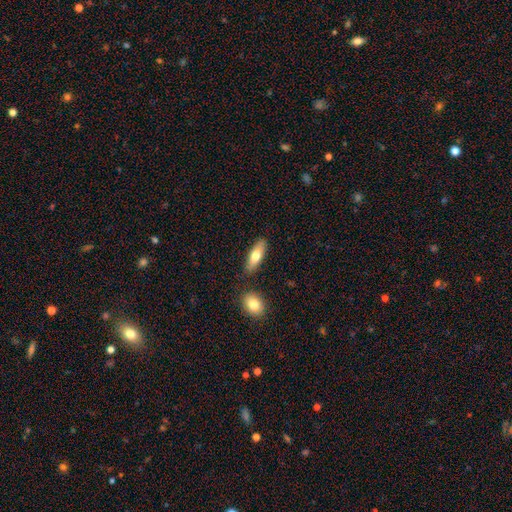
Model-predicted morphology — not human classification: Overall: smooth (71%). How rounded: in between (55%; cigar-shaped 43%). Merging: none (81%).